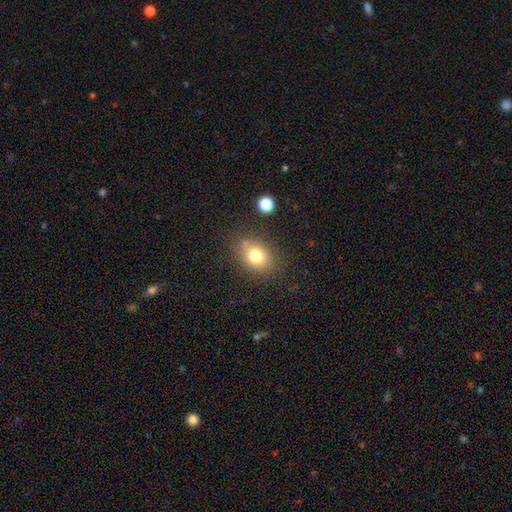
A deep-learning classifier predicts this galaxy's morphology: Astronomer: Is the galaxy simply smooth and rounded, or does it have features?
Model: smooth — 77%.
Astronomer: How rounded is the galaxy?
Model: in between — 60% (runner-up: round, 39%).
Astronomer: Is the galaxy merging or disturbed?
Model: none — 72%.